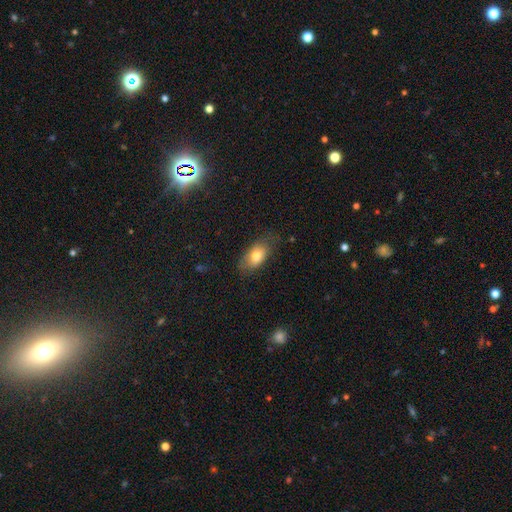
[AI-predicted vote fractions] Smooth or featured? Predicted: smooth (p=0.75). How rounded? Predicted: in between (p=0.88). Merging? Predicted: none (p=0.69).